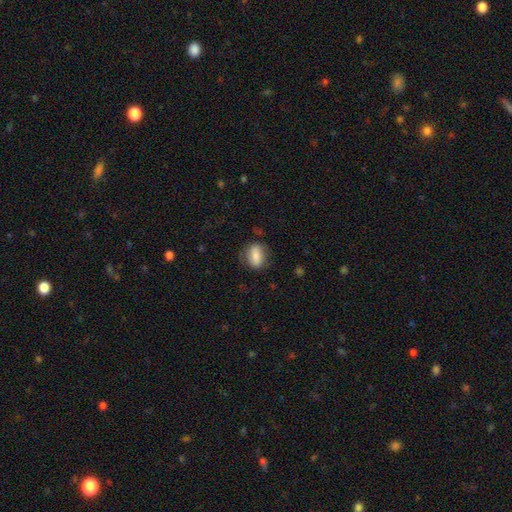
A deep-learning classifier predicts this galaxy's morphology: Overall: smooth (76%). How rounded: in between (77%). Merging: none (73%).